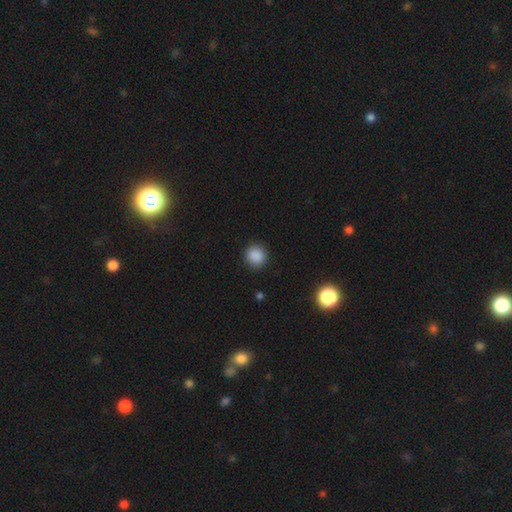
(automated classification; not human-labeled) smooth 87%, star or artifact 10%, featured or disk 3%. Down the decision tree: how rounded — round (88%); merging — none (90%).